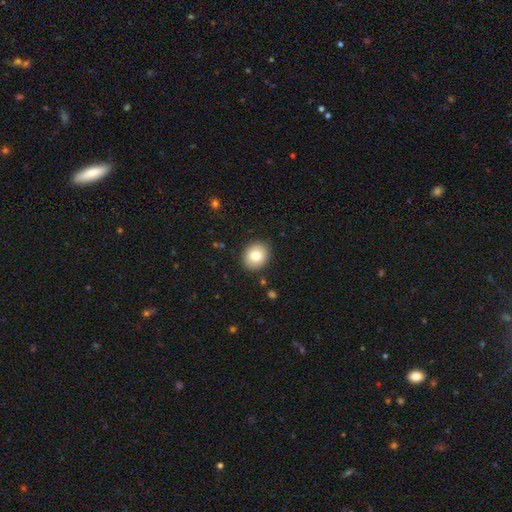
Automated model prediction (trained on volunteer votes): smooth_or_featured: smooth (p=0.79) [alt: featured or disk p=0.12]
how_rounded: round (p=0.69) [alt: in between p=0.30]
merging: none (p=0.89) [alt: minor disturbance p=0.08]